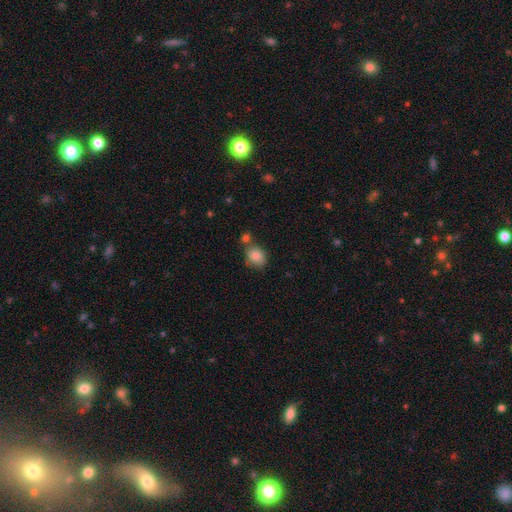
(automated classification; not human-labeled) A smooth galaxy with no disk features (83%) that is round (61%).

Vote fractions:
- Smooth or featured? smooth: 83% / star or artifact: 9% / featured or disk: 8%
- How rounded? round: 61% / in between: 38% / cigar-shaped: 1%
- Merging? none: 59% / merger: 21% / minor disturbance: 16% / major disturbance: 5%